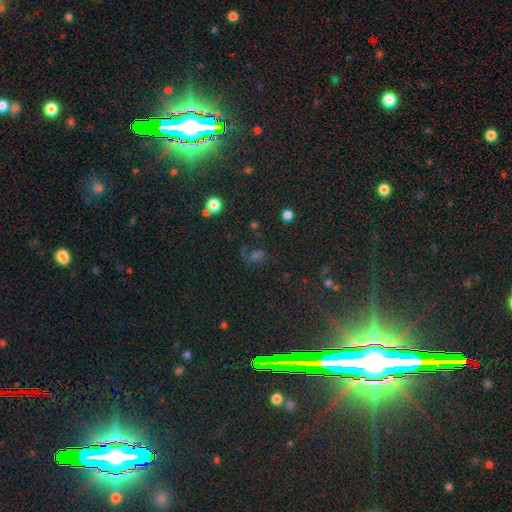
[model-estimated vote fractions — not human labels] The model was most divided on "smooth or featured": star or artifact: 81%, smooth: 10%, featured or disk: 9%.